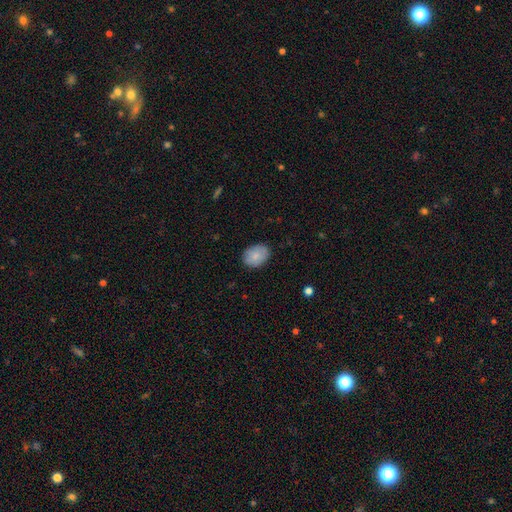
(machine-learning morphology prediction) A smooth galaxy with no disk features (84%) that is in between round and cigar-shaped (72%).

Vote fractions:
- Smooth or featured? smooth: 84% / featured or disk: 10% / star or artifact: 7%
- How rounded? in between: 72% / round: 27% / cigar-shaped: 1%
- Merging? none: 84% / minor disturbance: 13% / major disturbance: 3% / merger: 1%